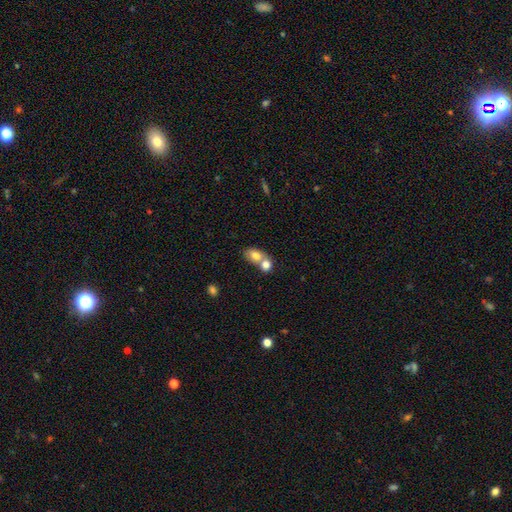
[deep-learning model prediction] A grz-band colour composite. It shows a smooth galaxy with no disk features (76%) that is in between round and cigar-shaped (66%). Merging: merger (63%).